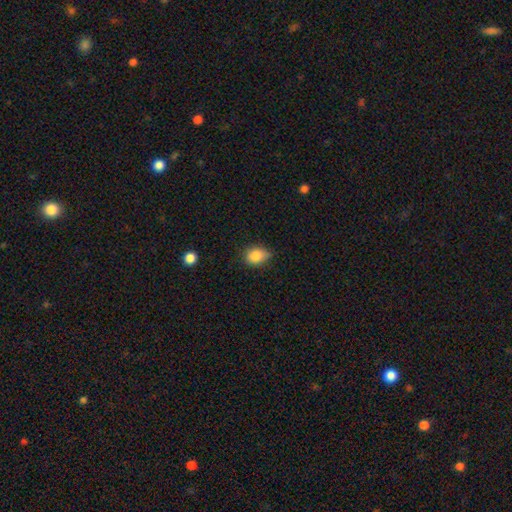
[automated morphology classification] Q: Smooth or featured?
A: smooth (86%); runner-up: star or artifact (9%)
Q: How rounded?
A: in between (63%); runner-up: round (35%)
Q: Merging?
A: none (60%); runner-up: minor disturbance (33%)